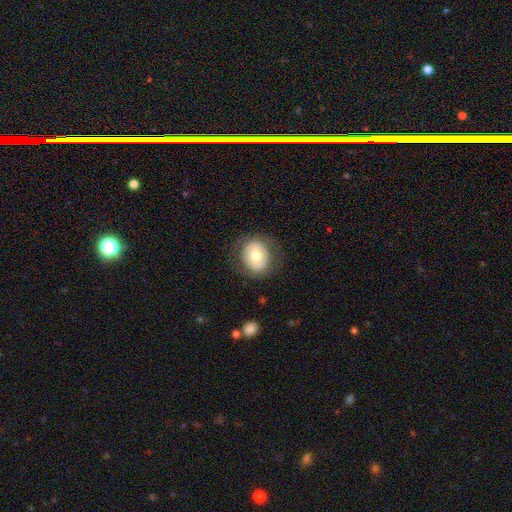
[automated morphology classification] Smooth or featured: smooth — 61% (featured or disk — 32%)
How rounded: round — 77% (in between — 22%)
Merging: none — 81% (minor disturbance — 12%)